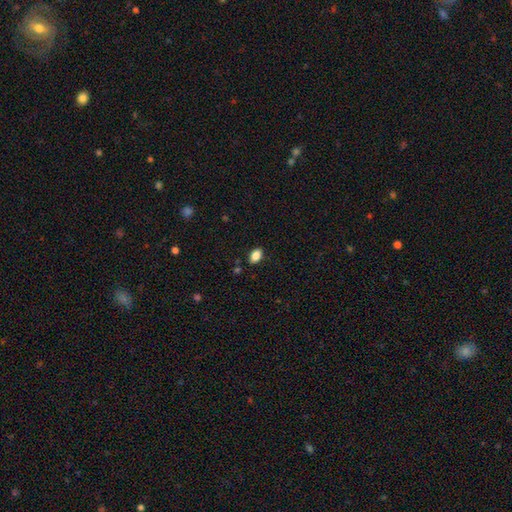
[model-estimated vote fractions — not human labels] This appears to be a smooth galaxy with no disk features (87%) that is in between round and cigar-shaped (90%). Merging: none (87%).